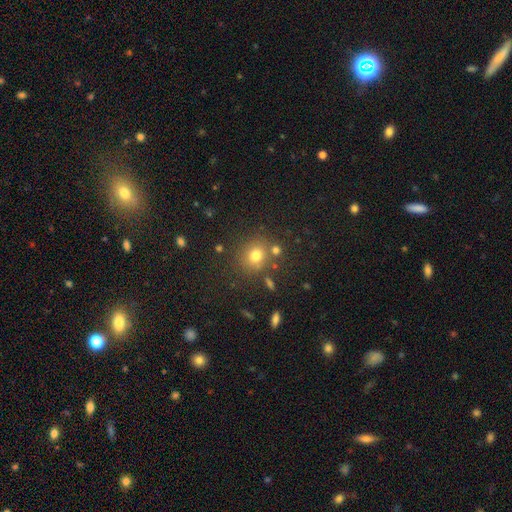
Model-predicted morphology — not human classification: smooth 74%, star or artifact 17%, featured or disk 9%. Down the decision tree: how rounded — round (80%); merging — none (75%).